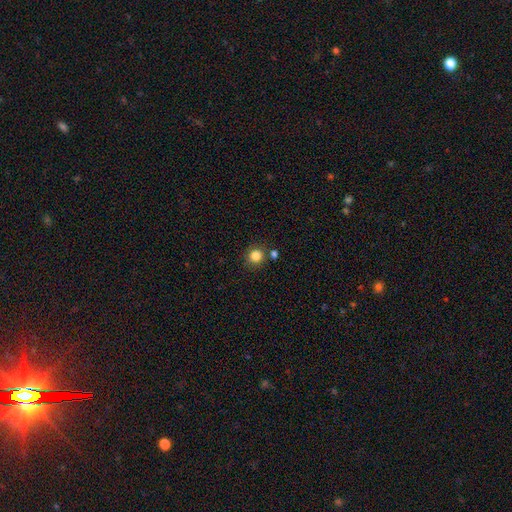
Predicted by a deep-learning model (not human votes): A smooth galaxy with no disk features (84%) that is round (89%).

Vote fractions:
- Smooth or featured? smooth: 84% / star or artifact: 12% / featured or disk: 5%
- How rounded? round: 89% / in between: 10% / cigar-shaped: 1%
- Merging? none: 78% / minor disturbance: 10% / merger: 9% / major disturbance: 3%